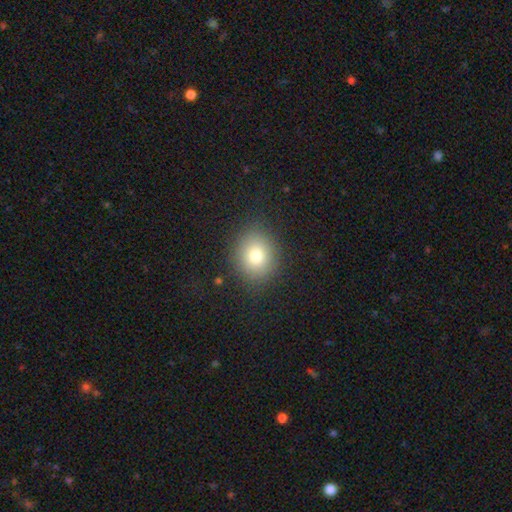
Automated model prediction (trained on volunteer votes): Smooth or featured?
  - smooth: 79% *
  - star or artifact: 11%
  - featured or disk: 10%
How rounded?
  - round: 64% *
  - in between: 35%
  - cigar-shaped: 1%
Merging?
  - none: 86% *
  - minor disturbance: 9%
  - major disturbance: 3%
  - merger: 1%